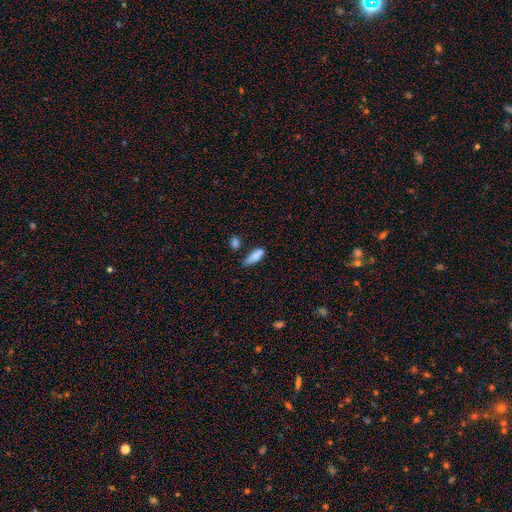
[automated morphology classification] smooth-or-featured: smooth: 83% | featured or disk: 9% | star or artifact: 8%
  how-rounded: in between: 59% | cigar-shaped: 38% | round: 3%
  merging: none: 49% | minor disturbance: 33% | merger: 10% | major disturbance: 9%